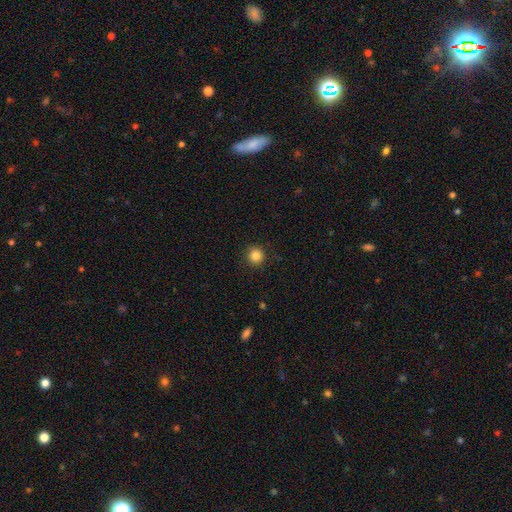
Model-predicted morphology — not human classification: smooth_or_featured: smooth (p=0.84) [alt: star or artifact p=0.12]
how_rounded: round (p=0.95) [alt: in between p=0.04]
merging: none (p=0.91) [alt: minor disturbance p=0.06]